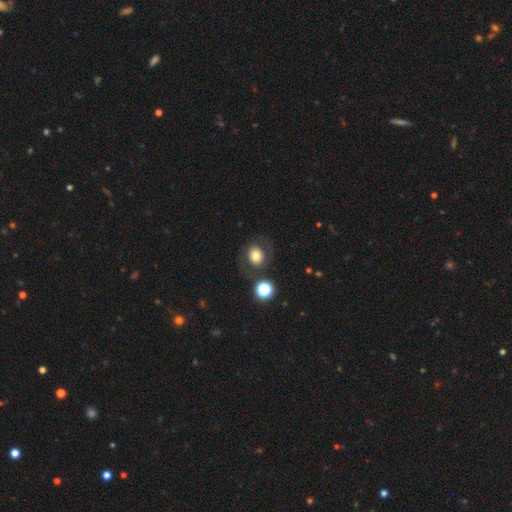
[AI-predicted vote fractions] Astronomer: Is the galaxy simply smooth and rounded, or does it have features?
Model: smooth — 64%.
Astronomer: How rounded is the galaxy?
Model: round — 65%.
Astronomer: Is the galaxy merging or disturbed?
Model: none — 73%.